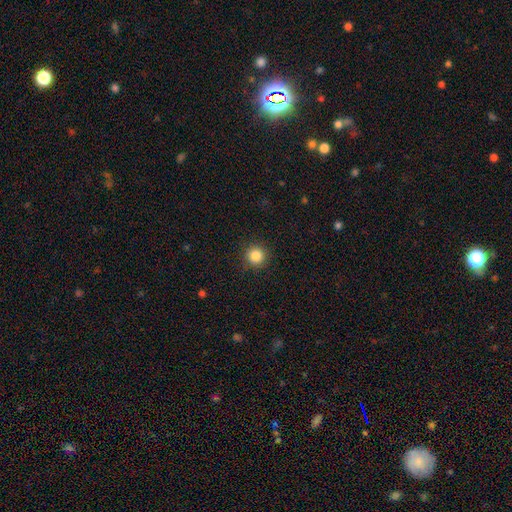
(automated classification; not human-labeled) Morphology: type=smooth (85%); roundness=round (95%); merging=none (91%).